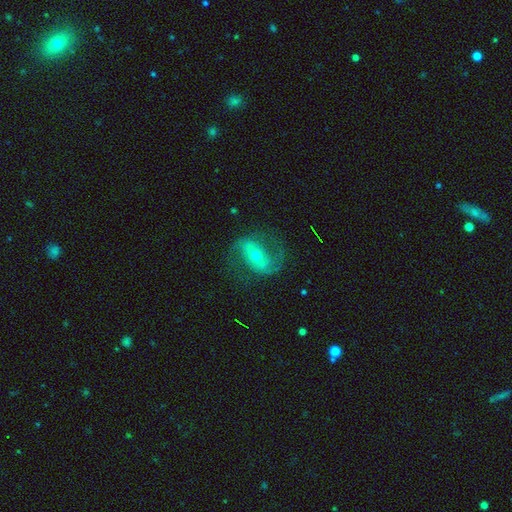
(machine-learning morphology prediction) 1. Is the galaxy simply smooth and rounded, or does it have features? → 84% featured or disk, 9% smooth, 7% star or artifact.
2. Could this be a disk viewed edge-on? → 96% no, 4% yes.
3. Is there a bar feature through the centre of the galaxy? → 42% strong, 37% weak, 21% no.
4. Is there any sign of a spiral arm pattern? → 93% yes, 7% no.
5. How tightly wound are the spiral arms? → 49% medium, 37% loose, 14% tight.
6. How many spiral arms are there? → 90% 2, 4% can't tell, 3% 1, 1% 3, 1% 4, 1% more than 4.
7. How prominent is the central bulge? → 52% moderate, 44% small, 3% large, 1% none, 1% dominant.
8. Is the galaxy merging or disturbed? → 73% none, 15% minor disturbance, 11% major disturbance, 1% merger.